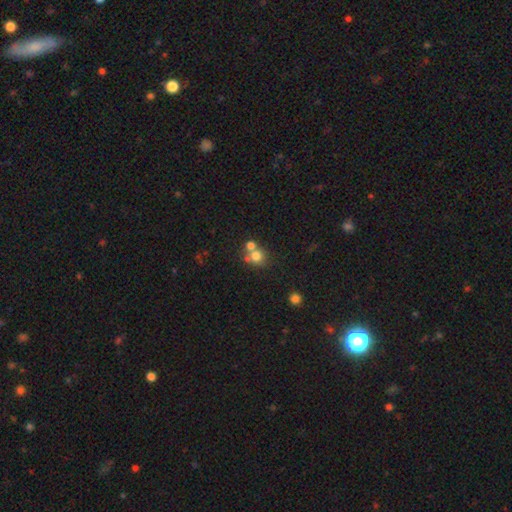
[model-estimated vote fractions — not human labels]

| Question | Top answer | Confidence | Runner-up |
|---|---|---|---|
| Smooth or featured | smooth | 75% | star or artifact (13%) |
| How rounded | round | 84% | in between (15%) |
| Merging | none | 49% | merger (40%) |